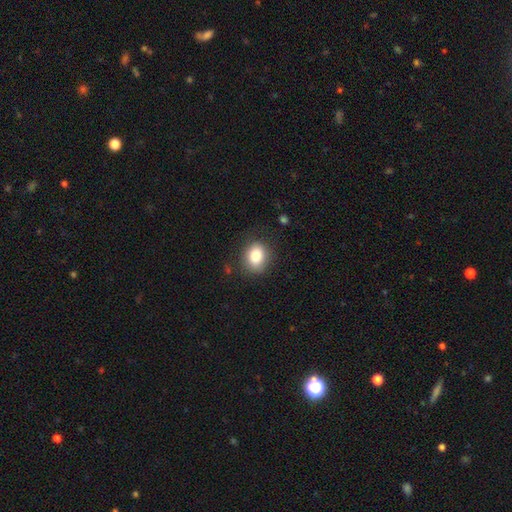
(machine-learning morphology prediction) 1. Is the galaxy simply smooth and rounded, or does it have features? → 84% smooth, 9% star or artifact, 7% featured or disk.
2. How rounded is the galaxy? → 50% in between, 49% round, 1% cigar-shaped.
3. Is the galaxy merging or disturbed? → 82% none, 13% minor disturbance, 4% major disturbance, 1% merger.